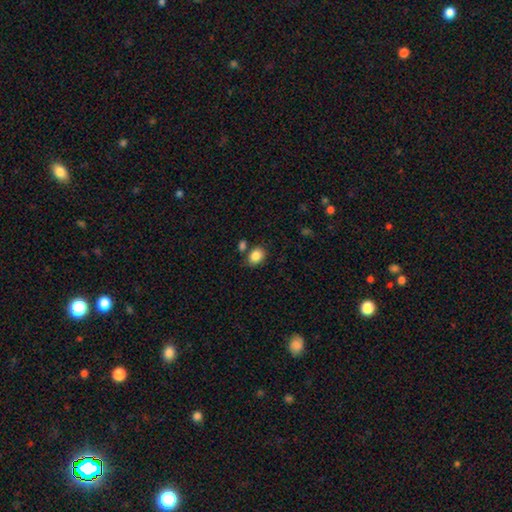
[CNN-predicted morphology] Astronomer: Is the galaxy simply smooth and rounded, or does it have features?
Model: smooth — 86%.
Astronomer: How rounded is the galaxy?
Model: in between — 62% (runner-up: round, 37%).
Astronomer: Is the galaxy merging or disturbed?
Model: none — 70%.